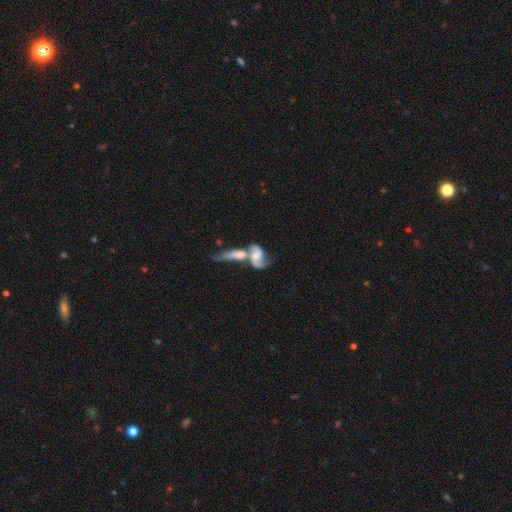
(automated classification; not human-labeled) Q: Smooth or featured?
A: smooth (38%); runner-up: featured or disk (37%)
Q: Merging?
A: none (43%); runner-up: merger (37%)